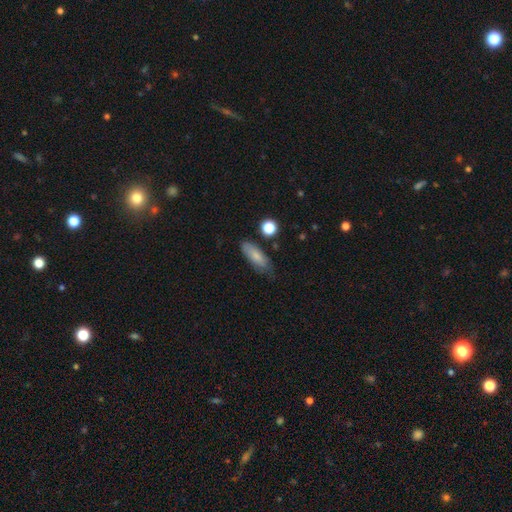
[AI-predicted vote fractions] Overall: smooth (76%). How rounded: in between (67%; cigar-shaped 30%). Merging: none (65%; minor disturbance 26%).